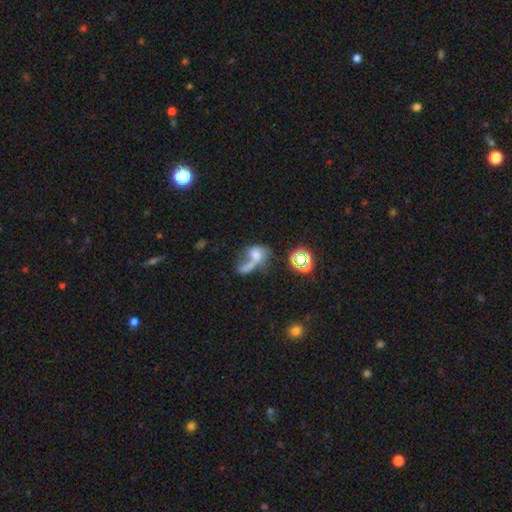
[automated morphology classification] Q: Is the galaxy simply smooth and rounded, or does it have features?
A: smooth — 50%.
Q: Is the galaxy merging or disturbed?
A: merger — 53%.